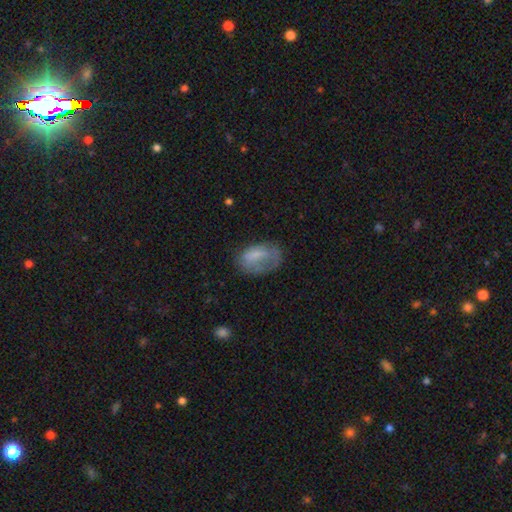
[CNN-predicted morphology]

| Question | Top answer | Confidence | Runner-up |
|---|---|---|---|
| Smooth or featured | smooth | 64% | featured or disk (27%) |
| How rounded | in between | 86% | round (12%) |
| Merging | none | 42% | minor disturbance (29%) |